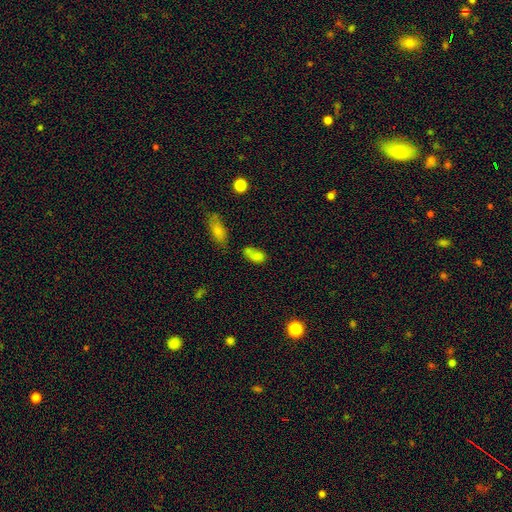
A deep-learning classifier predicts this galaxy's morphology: A smooth galaxy with no disk features (74%) that is in between round and cigar-shaped (84%).

Vote fractions:
- Smooth or featured? smooth: 74% / featured or disk: 13% / star or artifact: 13%
- How rounded? in between: 84% / round: 11% / cigar-shaped: 5%
- Merging? none: 36% / merger: 29% / minor disturbance: 21% / major disturbance: 14%